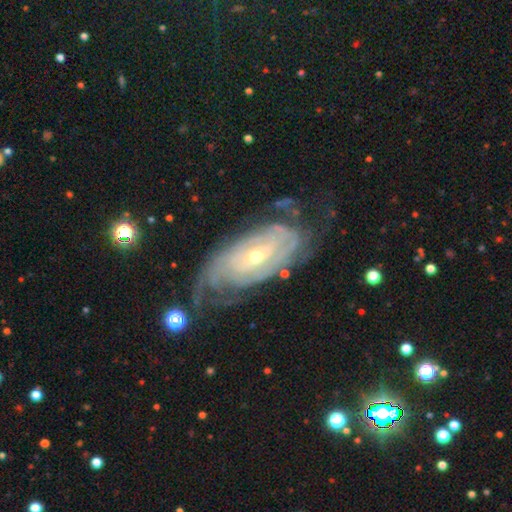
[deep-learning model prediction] This is clearly a featured or disk galaxy (88%). It is clearly not viewed edge-on (93%). Bar: possibly no (52%). Spiral arm pattern: clearly yes (95%). Spiral arm count: marginally can't tell (41%). Spiral winding: likely tight (76%). Central bulge: likely small (65%). Merging: likely none (64%).